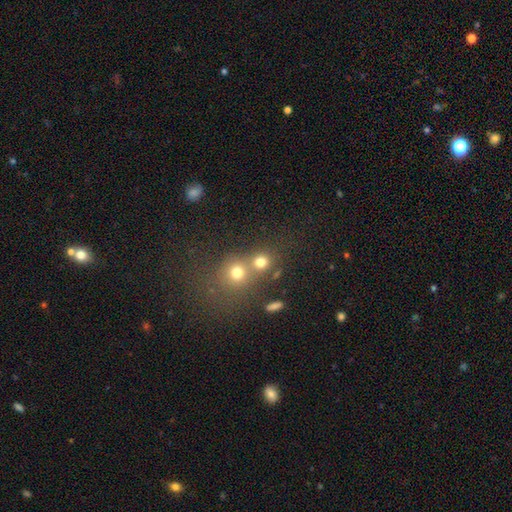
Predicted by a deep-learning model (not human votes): Q: Smooth or featured?
A: smooth (66%); runner-up: star or artifact (21%)
Q: How rounded?
A: round (81%); runner-up: in between (18%)
Q: Merging?
A: merger (45%); runner-up: none (44%)